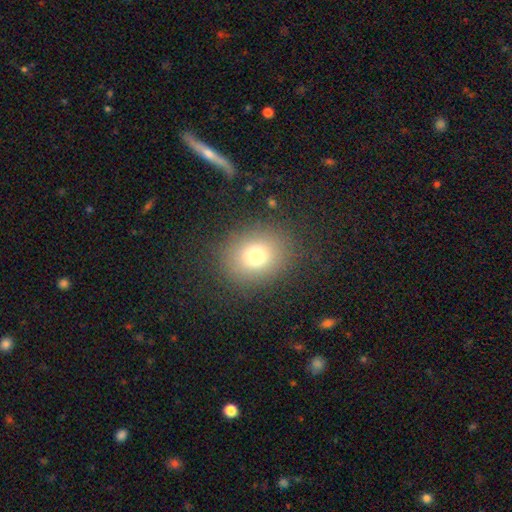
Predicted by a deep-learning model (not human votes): Smooth or featured?
  - smooth: 76% *
  - star or artifact: 14%
  - featured or disk: 11%
How rounded?
  - round: 62% *
  - in between: 37%
  - cigar-shaped: 1%
Merging?
  - none: 84% *
  - minor disturbance: 10%
  - major disturbance: 5%
  - merger: 1%